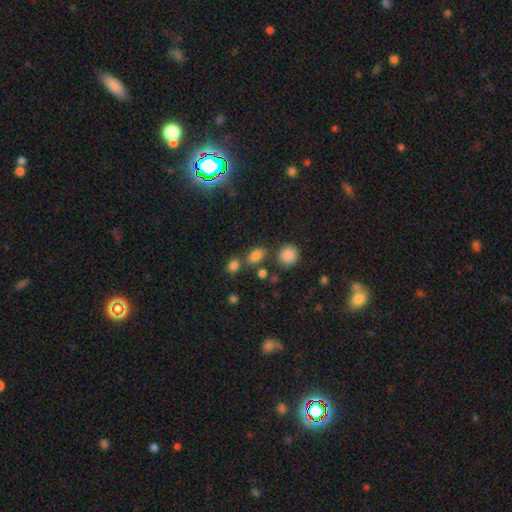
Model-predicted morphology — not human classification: A smooth galaxy with no disk features (80%) that is in between round and cigar-shaped (79%). Merging: none (66%).